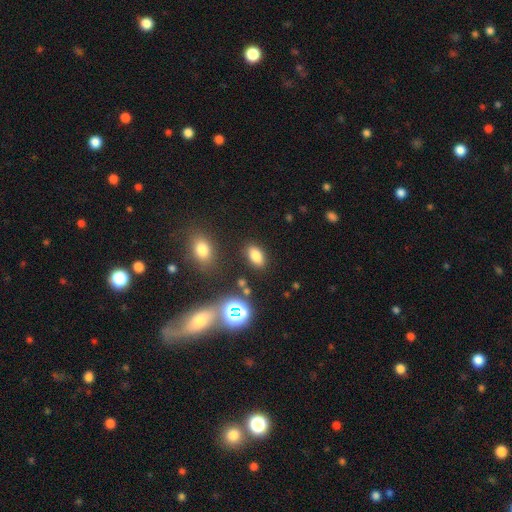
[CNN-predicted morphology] A smooth galaxy with no disk features (77%) that is in between round and cigar-shaped (88%).

Vote fractions:
- Smooth or featured? smooth: 77% / star or artifact: 16% / featured or disk: 7%
- How rounded? in between: 88% / round: 9% / cigar-shaped: 4%
- Merging? none: 85% / minor disturbance: 9% / merger: 3% / major disturbance: 3%